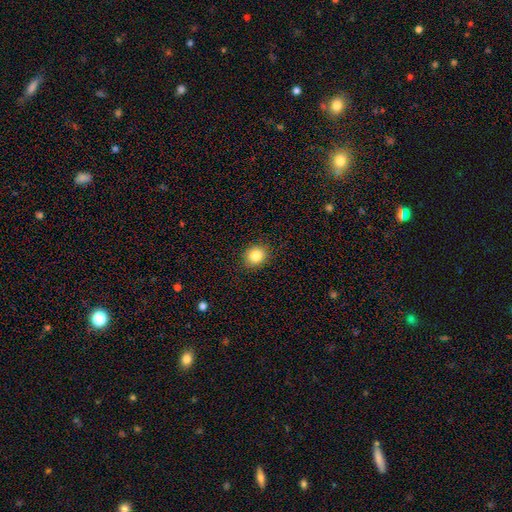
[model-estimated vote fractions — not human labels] Q: Smooth or featured?
A: smooth (84%); runner-up: star or artifact (10%)
Q: How rounded?
A: round (77%); runner-up: in between (22%)
Q: Merging?
A: none (89%); runner-up: minor disturbance (8%)